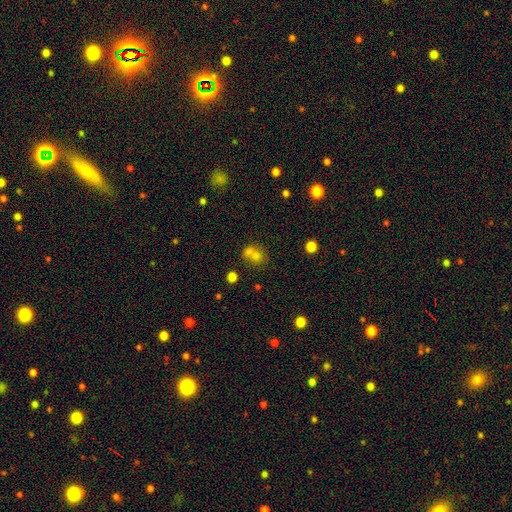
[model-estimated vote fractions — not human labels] A smooth galaxy with no disk features (70%) that is round (62%).

Vote fractions:
- Smooth or featured? smooth: 70% / star or artifact: 16% / featured or disk: 13%
- How rounded? round: 62% / in between: 37% / cigar-shaped: 1%
- Merging? merger: 53% / none: 34% / minor disturbance: 8% / major disturbance: 5%